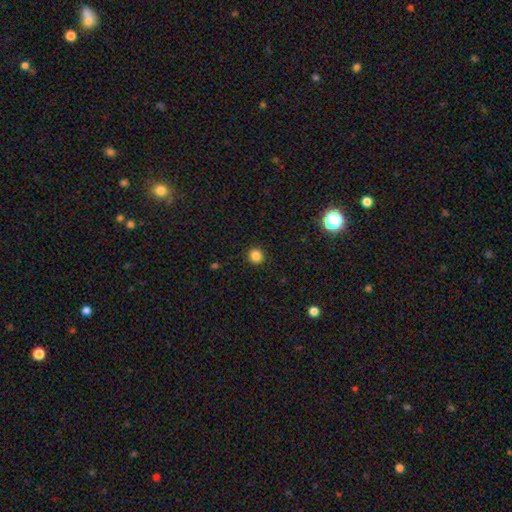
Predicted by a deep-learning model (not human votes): Q: Smooth or featured?
A: smooth (85%); runner-up: star or artifact (12%)
Q: How rounded?
A: round (92%); runner-up: in between (7%)
Q: Merging?
A: none (92%); runner-up: minor disturbance (5%)